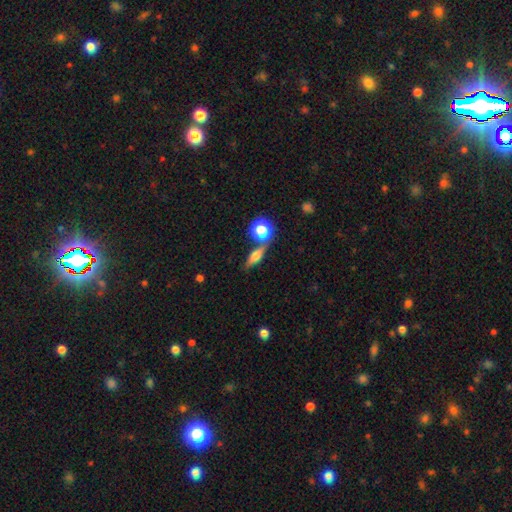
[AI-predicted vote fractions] Morphology: type=smooth (46%); merging=none (69%).